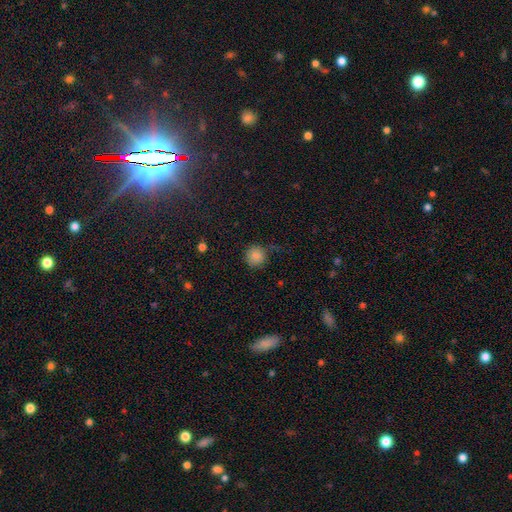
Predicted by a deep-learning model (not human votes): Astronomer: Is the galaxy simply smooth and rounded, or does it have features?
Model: smooth — 84%.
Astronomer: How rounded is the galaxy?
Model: round — 91%.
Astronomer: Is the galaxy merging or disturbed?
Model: none — 70%.